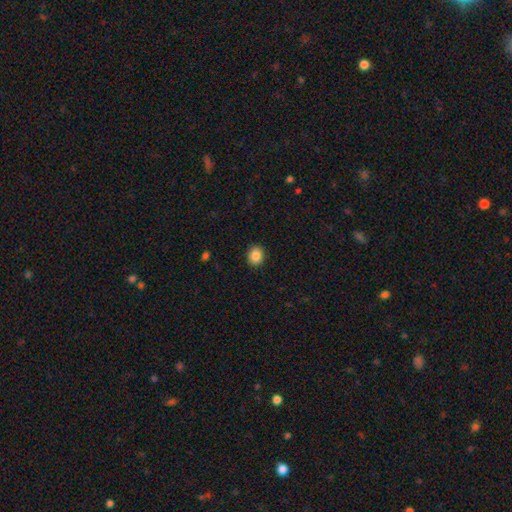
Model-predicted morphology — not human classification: smooth_or_featured: smooth (p=0.87) [alt: star or artifact p=0.09]
how_rounded: round (p=0.65) [alt: in between p=0.34]
merging: none (p=0.90) [alt: minor disturbance p=0.07]